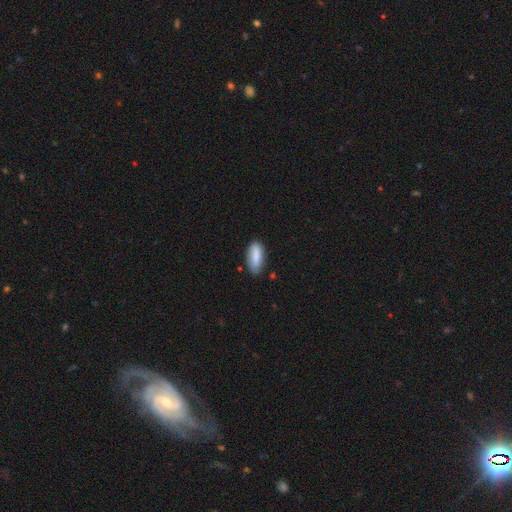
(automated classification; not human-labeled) smooth_or_featured: smooth (p=0.83) [alt: featured or disk p=0.10]
how_rounded: in between (p=0.73) [alt: cigar-shaped p=0.26]
merging: none (p=0.74) [alt: minor disturbance p=0.20]